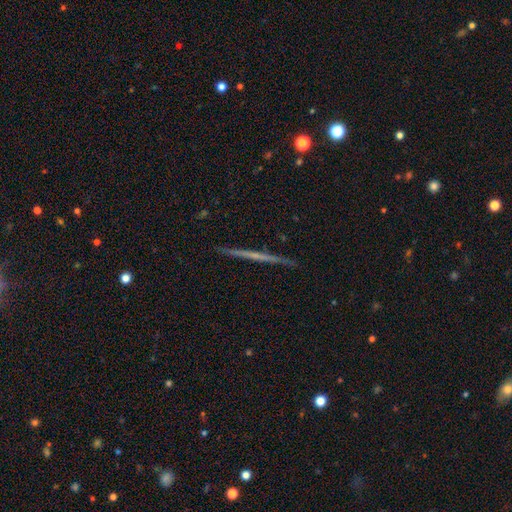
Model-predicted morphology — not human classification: Smooth or featured? featured or disk (66%)
Edge-on disk? yes (98%)
Edge-on bulge? none (84%)
Merging? none (92%)